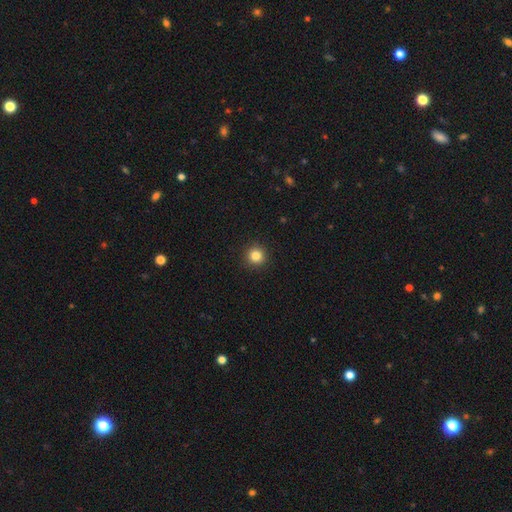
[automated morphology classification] smooth 83%, star or artifact 12%, featured or disk 5%. Down the decision tree: how rounded — round (95%); merging — none (92%).